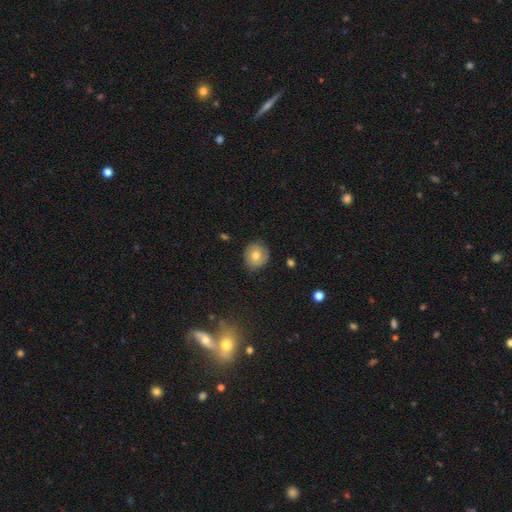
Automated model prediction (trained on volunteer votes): Q: Smooth or featured?
A: smooth (69%); runner-up: featured or disk (22%)
Q: How rounded?
A: round (84%); runner-up: in between (15%)
Q: Merging?
A: none (81%); runner-up: minor disturbance (15%)